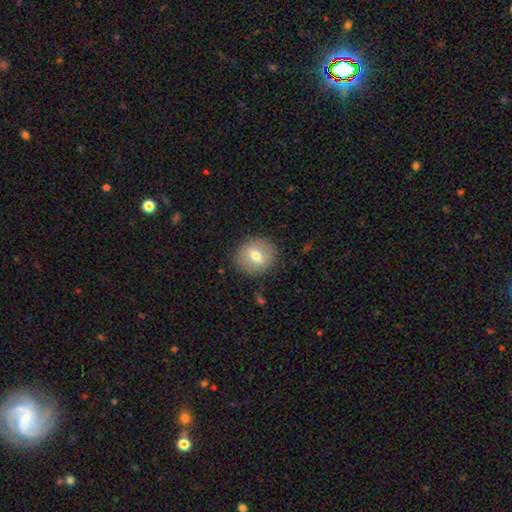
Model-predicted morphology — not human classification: smooth_or_featured: smooth (p=0.60) [alt: featured or disk p=0.32]
how_rounded: round (p=0.80) [alt: in between p=0.18]
merging: none (p=0.87) [alt: minor disturbance p=0.09]